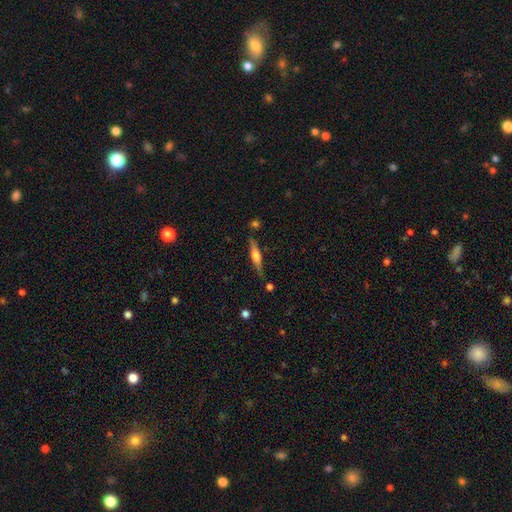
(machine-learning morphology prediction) This is possibly a featured or disk galaxy (55%). It is clearly viewed edge-on (94%). Edge-on bulge: clearly rounded (81%). Merging: likely none (79%).